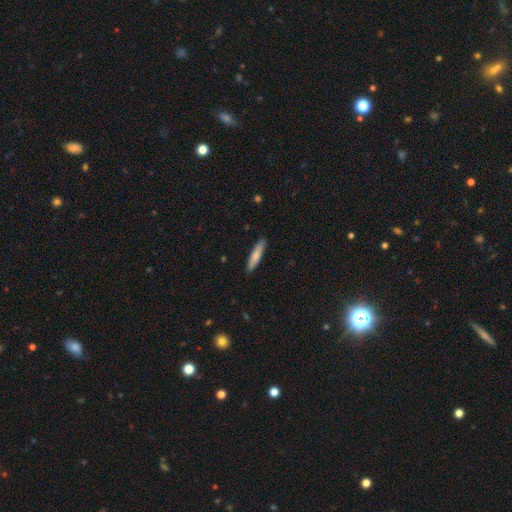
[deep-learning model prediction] Smooth or featured?
  - smooth: 77% *
  - featured or disk: 17%
  - star or artifact: 5%
How rounded?
  - cigar-shaped: 87% *
  - in between: 12%
  - round: 1%
Merging?
  - none: 90% *
  - minor disturbance: 8%
  - major disturbance: 1%
  - merger: 1%